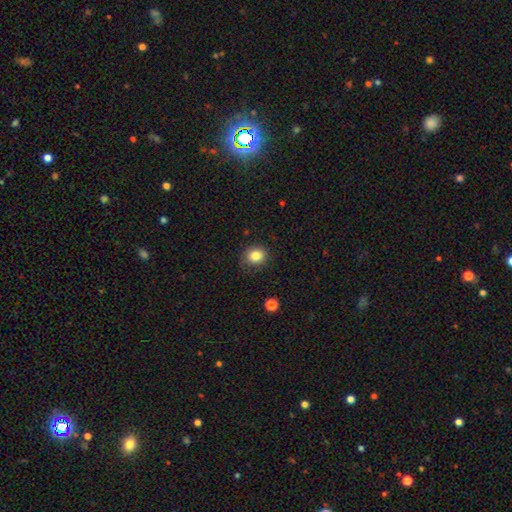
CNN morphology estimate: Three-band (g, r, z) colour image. It shows a smooth galaxy with no disk features (83%) that is round (73%). Merging: none (80%).